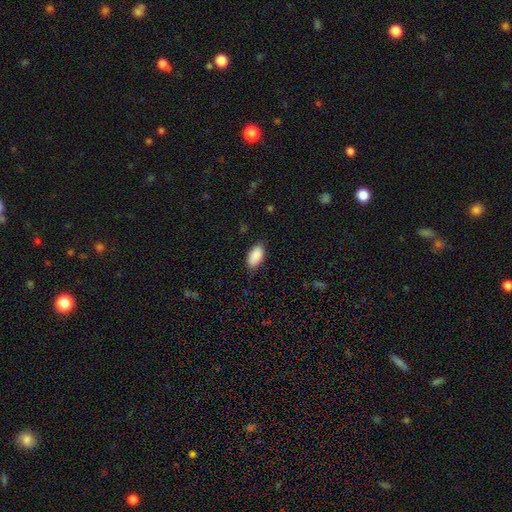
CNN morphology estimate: This appears to be a smooth galaxy with no disk features (90%) that is in between round and cigar-shaped (94%). Merging: none (80%).